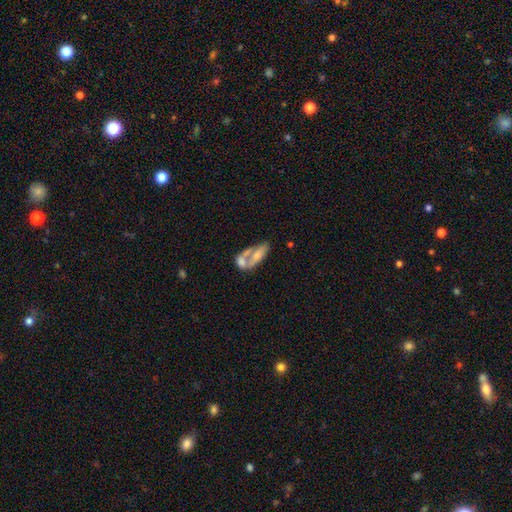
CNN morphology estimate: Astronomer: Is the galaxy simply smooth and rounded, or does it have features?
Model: smooth — 49% (runner-up: featured or disk, 43%).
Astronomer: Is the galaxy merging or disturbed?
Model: merger — 52%.